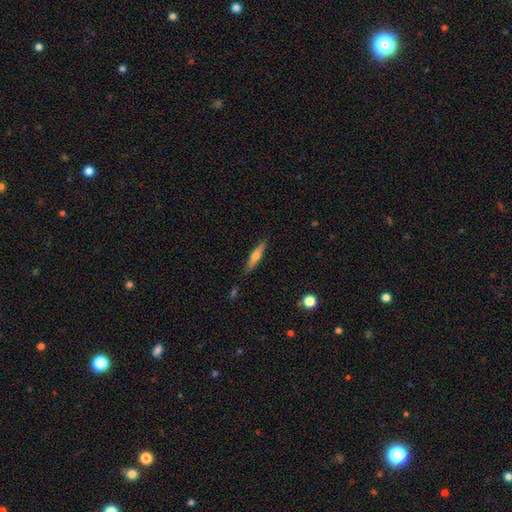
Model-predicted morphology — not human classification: Overall: smooth (47%, tied with featured or disk). Merging: none (86%).